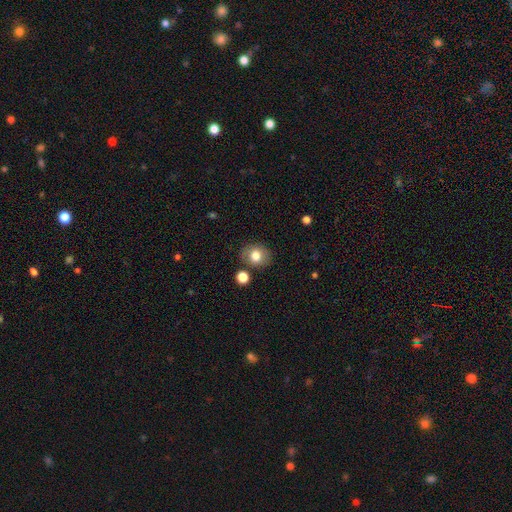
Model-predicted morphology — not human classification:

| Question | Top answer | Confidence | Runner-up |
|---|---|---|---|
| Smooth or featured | smooth | 77% | featured or disk (14%) |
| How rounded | round | 63% | in between (36%) |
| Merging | none | 80% | minor disturbance (12%) |